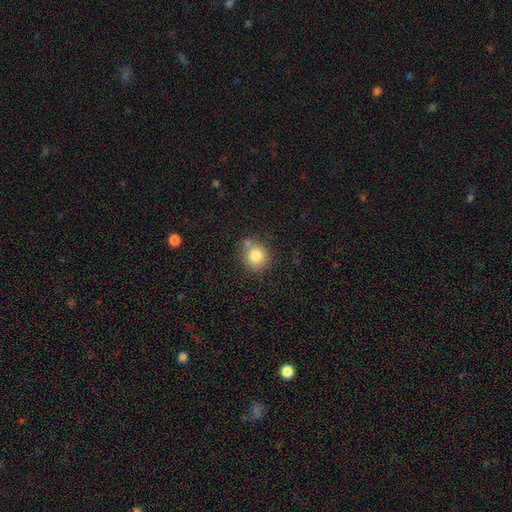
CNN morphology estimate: type=smooth (81%); roundness=round (87%); merging=none (69%).